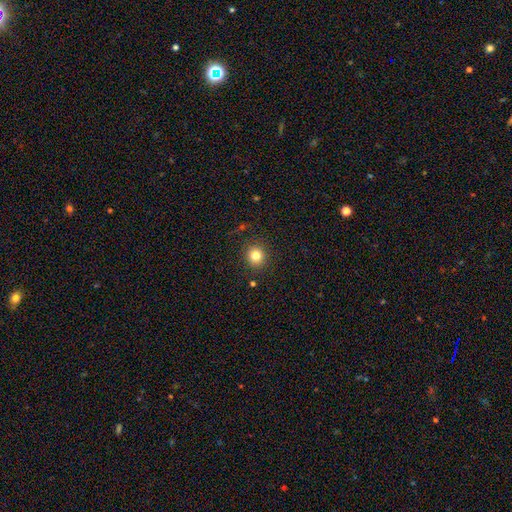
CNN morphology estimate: Smooth or featured?
  - smooth: 81% *
  - star or artifact: 12%
  - featured or disk: 7%
How rounded?
  - round: 90% *
  - in between: 9%
  - cigar-shaped: 1%
Merging?
  - none: 89% *
  - minor disturbance: 7%
  - major disturbance: 3%
  - merger: 1%